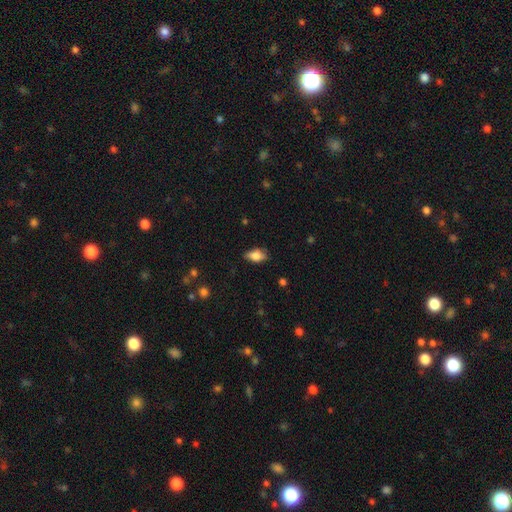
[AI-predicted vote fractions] Smooth or featured? Predicted: smooth (p=0.77). How rounded? Predicted: in between (p=0.88). Merging? Predicted: none (p=0.80).